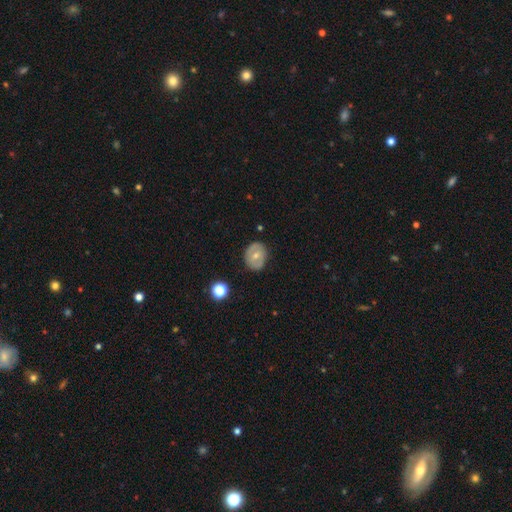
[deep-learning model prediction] Overall: smooth (47%; featured or disk 45%). Merging: none (80%).